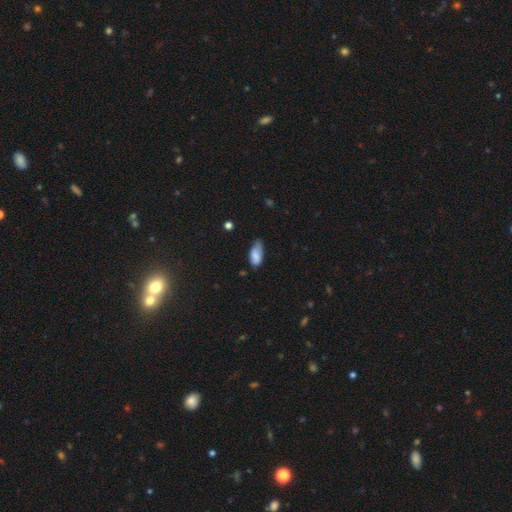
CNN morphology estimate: A smooth galaxy with no disk features (80%) that is in between round and cigar-shaped (88%). Merging: none (44%).